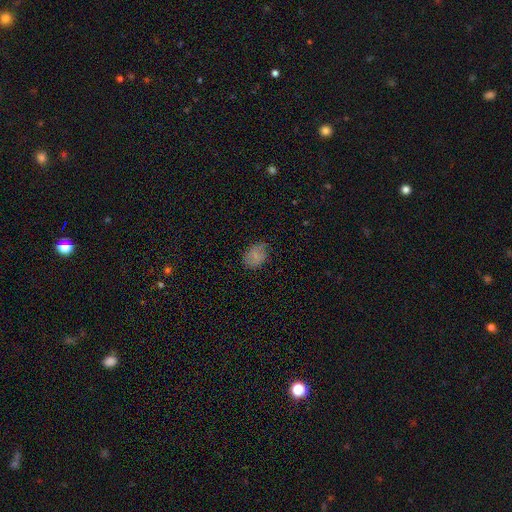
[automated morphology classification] Overall: smooth (71%). How rounded: in between (67%; round 32%). Merging: none (67%).